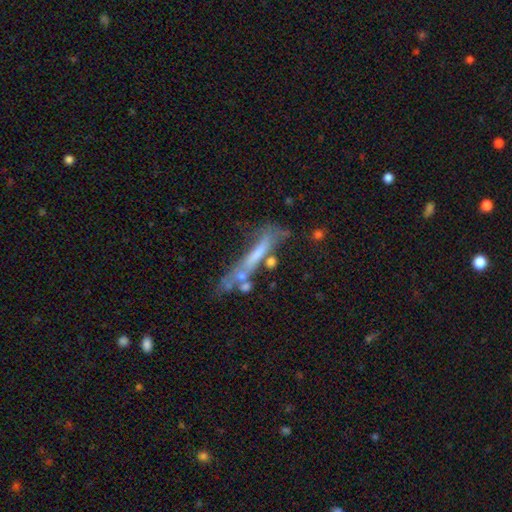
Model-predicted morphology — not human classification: type=featured or disk (50%); merging=none (39%).